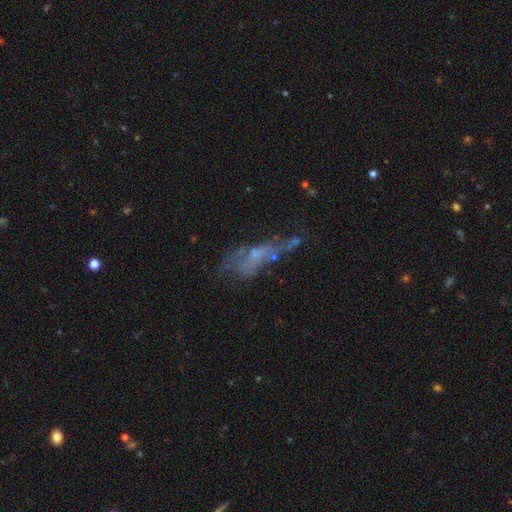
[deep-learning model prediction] smooth_or_featured: featured or disk (p=0.50) [alt: smooth p=0.33]
merging: major disturbance (p=0.33) [alt: none p=0.31]